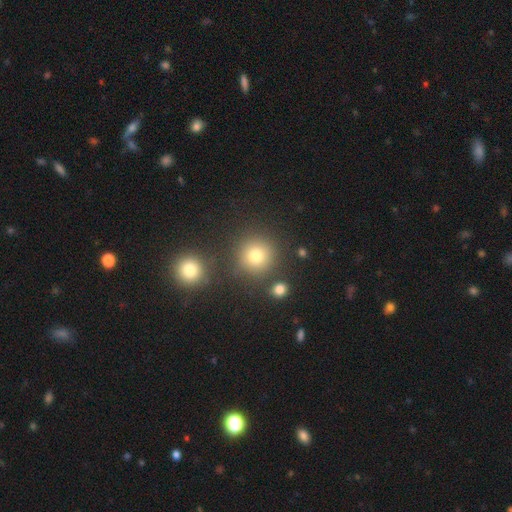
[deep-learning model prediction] Morphology: type=smooth (78%); roundness=round (93%); merging=none (83%).